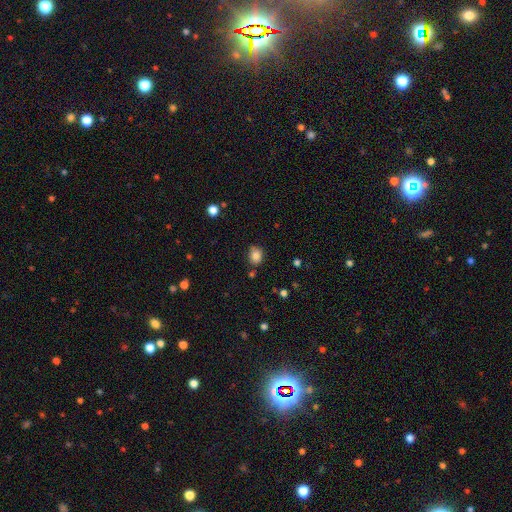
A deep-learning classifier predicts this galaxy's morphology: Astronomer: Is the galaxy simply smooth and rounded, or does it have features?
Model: smooth — 83%.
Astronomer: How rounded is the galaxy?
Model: round — 54% (runner-up: in between, 45%).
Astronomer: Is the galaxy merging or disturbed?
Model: none — 75%.